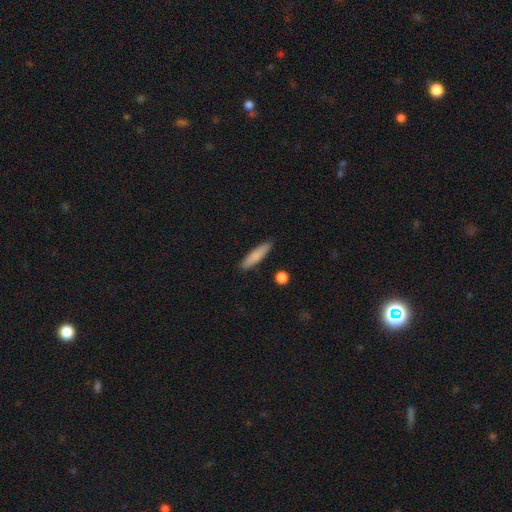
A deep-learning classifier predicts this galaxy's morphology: A smooth galaxy with no disk features (81%) that is cigar-shaped (79%).

Vote fractions:
- Smooth or featured? smooth: 81% / featured or disk: 12% / star or artifact: 6%
- How rounded? cigar-shaped: 79% / in between: 19% / round: 2%
- Merging? none: 88% / minor disturbance: 8% / merger: 2% / major disturbance: 2%